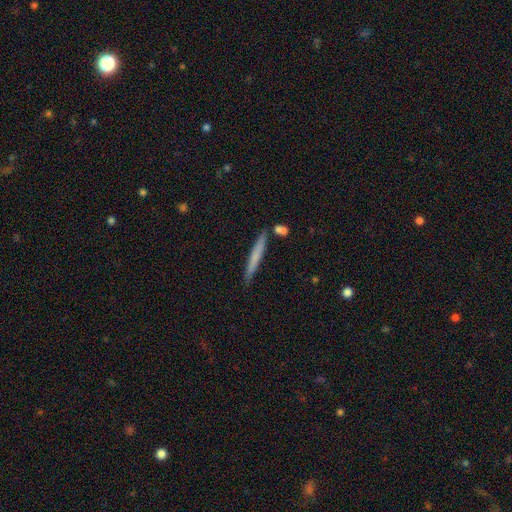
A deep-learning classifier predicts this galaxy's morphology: smooth 63%, featured or disk 31%, star or artifact 6%. Down the decision tree: how rounded — cigar-shaped (96%); merging — none (84%).